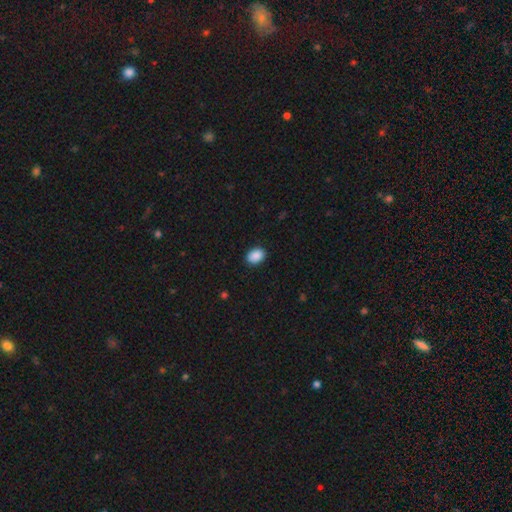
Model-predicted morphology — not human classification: Smooth or featured: smooth — 90% (star or artifact — 8%)
How rounded: in between — 71% (round — 28%)
Merging: none — 90% (minor disturbance — 7%)